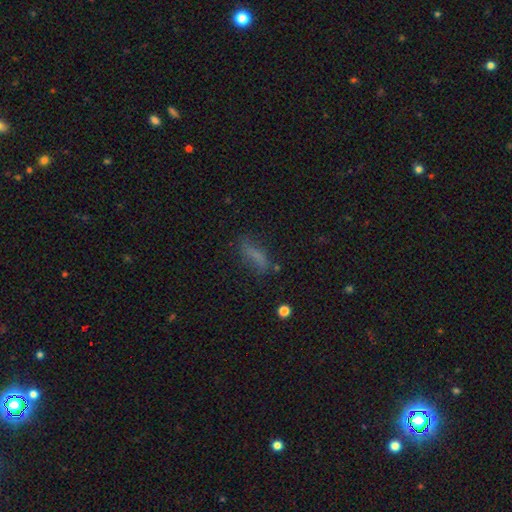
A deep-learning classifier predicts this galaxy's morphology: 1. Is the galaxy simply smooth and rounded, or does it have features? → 63% smooth, 23% featured or disk, 14% star or artifact.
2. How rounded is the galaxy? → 49% cigar-shaped, 47% in between, 4% round.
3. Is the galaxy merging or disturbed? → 59% none, 24% minor disturbance, 13% major disturbance, 4% merger.